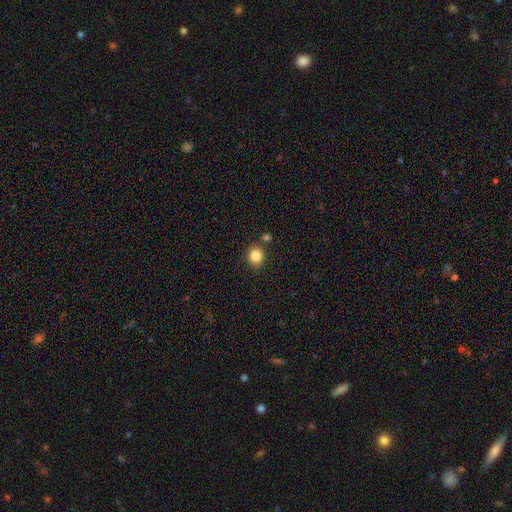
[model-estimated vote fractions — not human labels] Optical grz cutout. It shows a smooth galaxy with no disk features (84%) that is round (75%). Merging: none (83%).